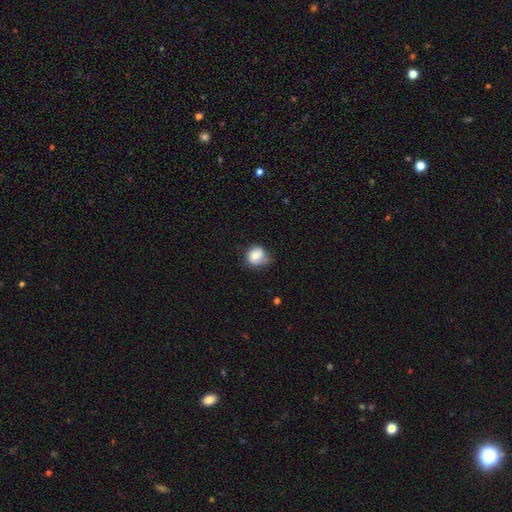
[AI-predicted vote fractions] smooth 77%, featured or disk 15%, star or artifact 9%. Down the decision tree: how rounded — round (81%); merging — none (54%).